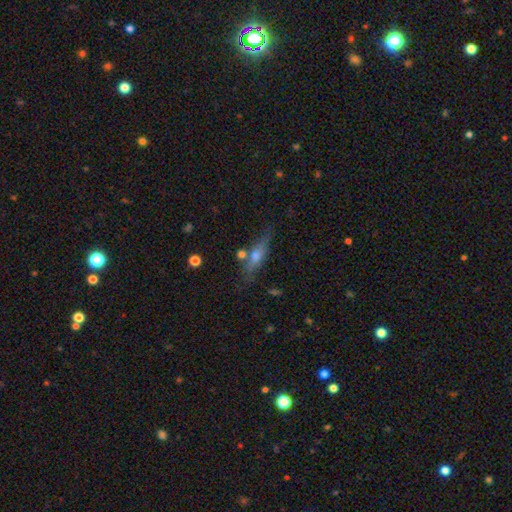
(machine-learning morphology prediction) A featured or disk galaxy (49%).

Vote fractions:
- Smooth or featured? featured or disk: 49% / smooth: 42% / star or artifact: 9%
- Merging? none: 71% / minor disturbance: 15% / merger: 10% / major disturbance: 4%